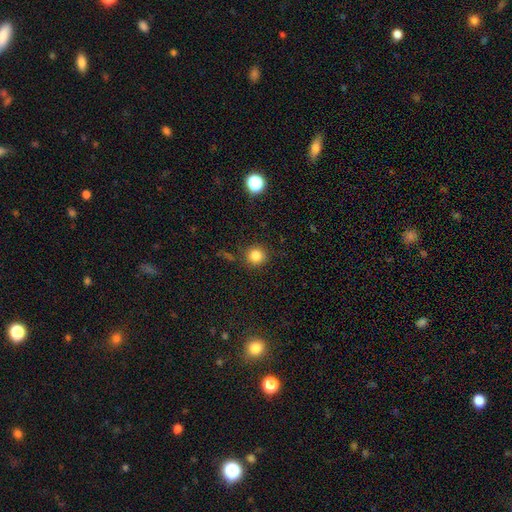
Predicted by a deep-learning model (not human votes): smooth-or-featured: smooth: 82% | star or artifact: 13% | featured or disk: 5%
  how-rounded: round: 93% | in between: 6% | cigar-shaped: 1%
  merging: none: 86% | minor disturbance: 8% | major disturbance: 3% | merger: 2%